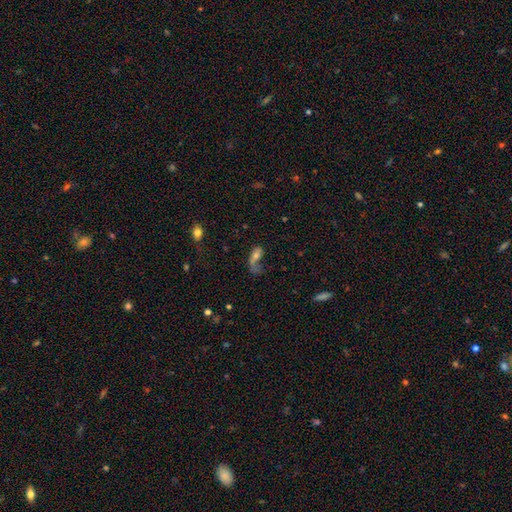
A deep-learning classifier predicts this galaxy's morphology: type=smooth (45%); merging=major disturbance (48%).